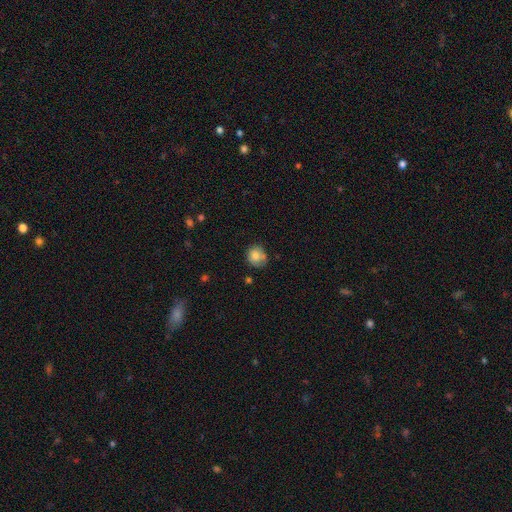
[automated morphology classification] Smooth or featured: smooth — 80% (featured or disk — 12%)
How rounded: round — 80% (in between — 19%)
Merging: none — 67% (minor disturbance — 23%)